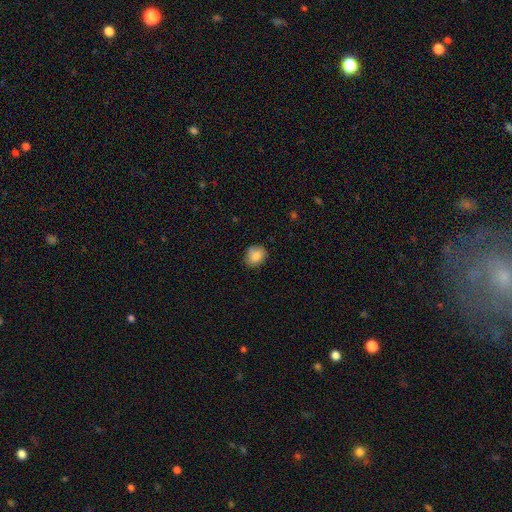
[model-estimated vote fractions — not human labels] Smooth or featured? Predicted: smooth (p=0.84). How rounded? Predicted: round (p=0.60). Merging? Predicted: none (p=0.76).